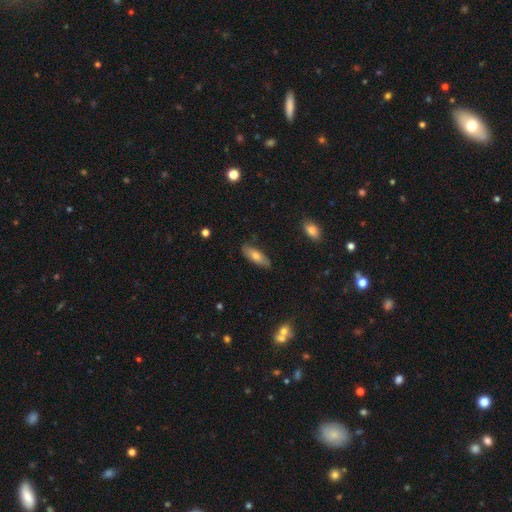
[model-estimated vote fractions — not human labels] Smooth or featured: smooth — 69% (featured or disk — 24%)
How rounded: in between — 69% (cigar-shaped — 29%)
Merging: none — 82% (minor disturbance — 14%)